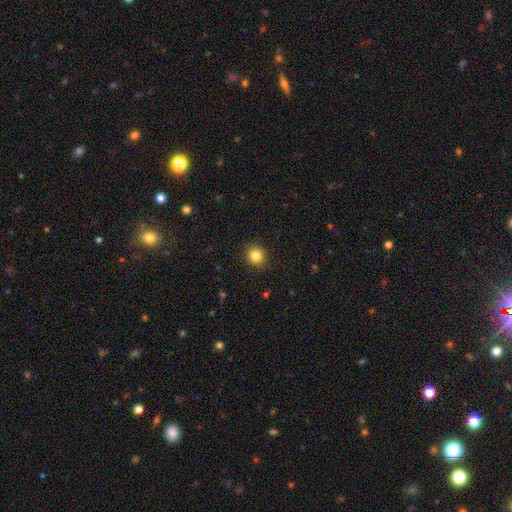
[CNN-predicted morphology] Smooth or featured?
  - smooth: 84% *
  - star or artifact: 11%
  - featured or disk: 5%
How rounded?
  - round: 90% *
  - in between: 9%
  - cigar-shaped: 1%
Merging?
  - none: 92% *
  - minor disturbance: 5%
  - major disturbance: 2%
  - merger: 1%